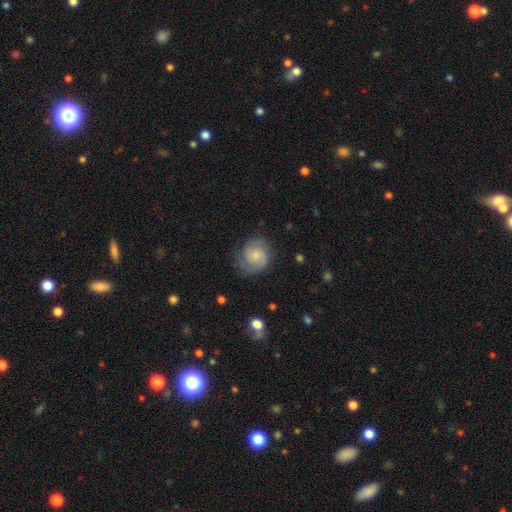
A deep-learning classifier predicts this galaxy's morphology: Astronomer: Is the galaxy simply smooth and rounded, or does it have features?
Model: featured or disk — 78%.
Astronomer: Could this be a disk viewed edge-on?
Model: no — 98%.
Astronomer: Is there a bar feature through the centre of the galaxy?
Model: no — 61%.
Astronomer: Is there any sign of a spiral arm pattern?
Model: yes — 96%.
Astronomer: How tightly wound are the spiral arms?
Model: tight — 49% (runner-up: medium, 41%).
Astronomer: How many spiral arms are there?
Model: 2 — 84%.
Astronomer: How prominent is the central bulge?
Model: small — 56%.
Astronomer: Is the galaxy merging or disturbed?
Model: none — 76%.